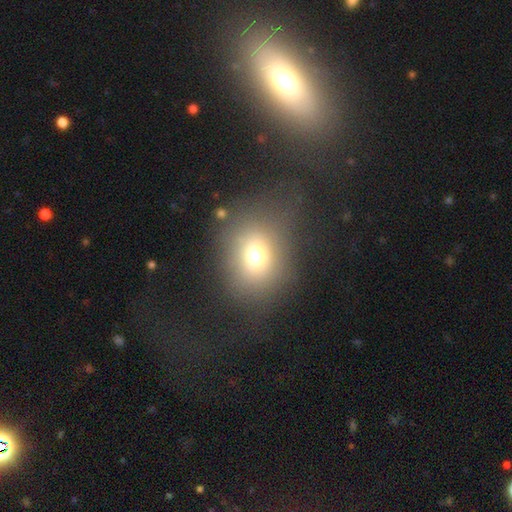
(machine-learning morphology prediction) A smooth galaxy with no disk features (71%) that is round (59%). Merging: none (54%).